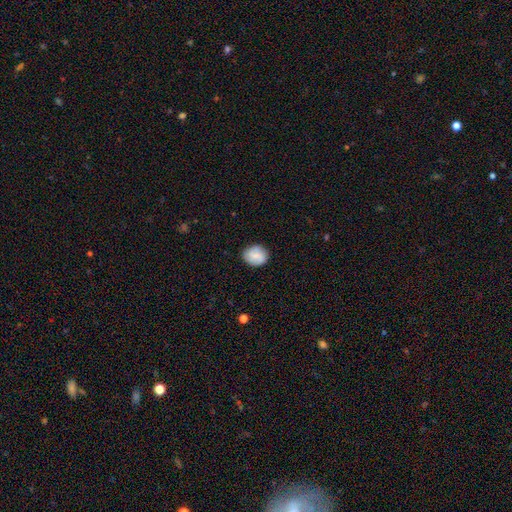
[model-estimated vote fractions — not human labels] smooth_or_featured: smooth (p=0.77) [alt: featured or disk p=0.15]
how_rounded: round (p=0.67) [alt: in between p=0.32]
merging: none (p=0.84) [alt: minor disturbance p=0.12]